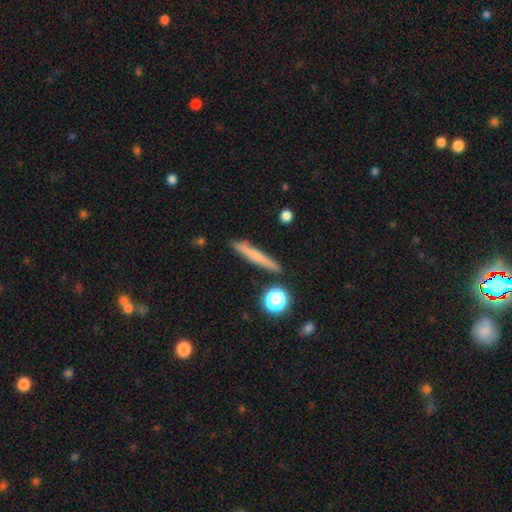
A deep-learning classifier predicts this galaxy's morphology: smooth 66%, featured or disk 26%, star or artifact 8%. Down the decision tree: how rounded — cigar-shaped (92%); merging — none (88%).